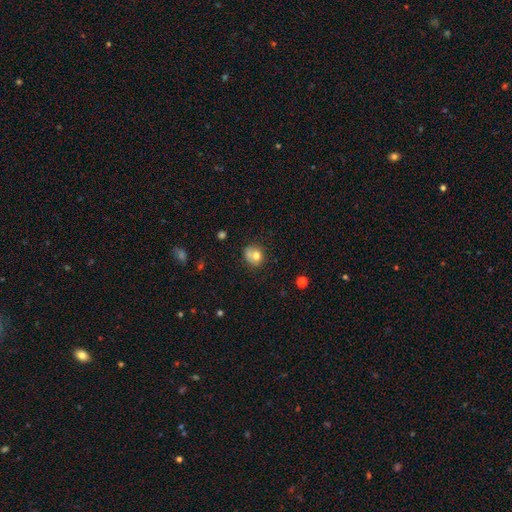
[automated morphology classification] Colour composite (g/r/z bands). It shows a smooth galaxy with no disk features (71%) that is round (69%). Merging: none (50%).